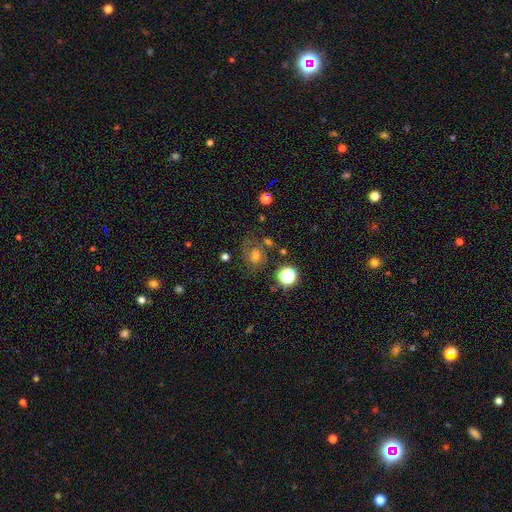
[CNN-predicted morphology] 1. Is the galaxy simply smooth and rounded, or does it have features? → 53% smooth, 28% featured or disk, 19% star or artifact.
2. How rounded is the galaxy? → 67% round, 32% in between, 1% cigar-shaped.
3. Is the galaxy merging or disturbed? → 55% none, 21% minor disturbance, 15% major disturbance, 9% merger.